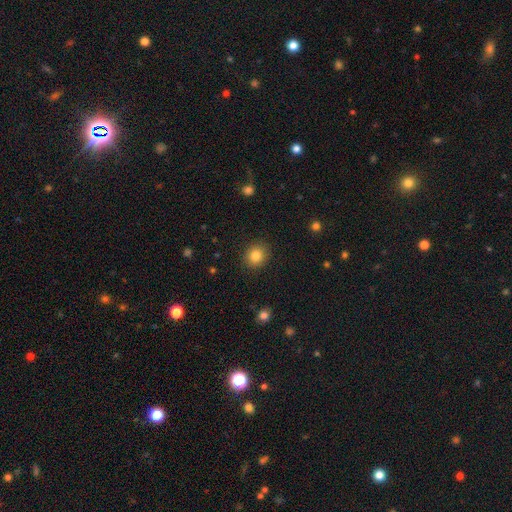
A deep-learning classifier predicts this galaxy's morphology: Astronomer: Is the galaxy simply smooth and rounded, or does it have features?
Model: smooth — 83%.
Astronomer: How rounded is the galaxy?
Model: round — 81%.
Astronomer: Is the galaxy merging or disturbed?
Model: none — 91%.